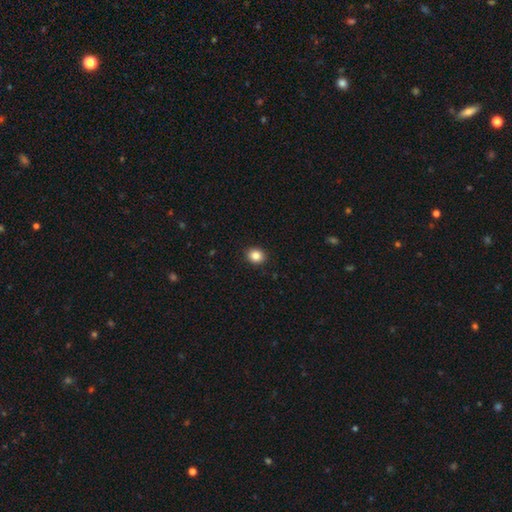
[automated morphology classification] Overall: smooth (86%). How rounded: round (66%; in between 33%). Merging: none (91%).